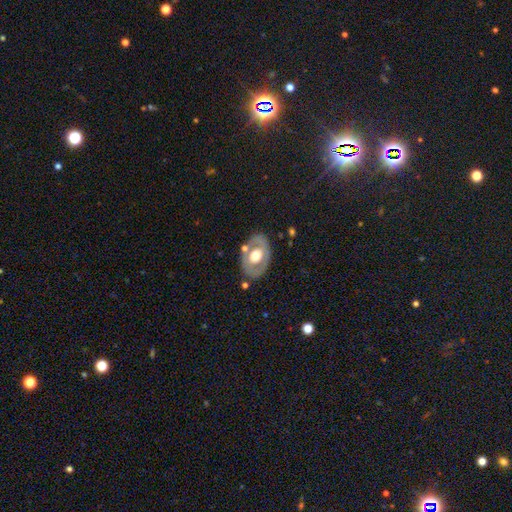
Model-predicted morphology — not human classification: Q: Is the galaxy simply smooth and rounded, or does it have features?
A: featured or disk — 56%.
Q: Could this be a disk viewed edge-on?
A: no — 90%.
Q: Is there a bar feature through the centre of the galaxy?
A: no — 84%.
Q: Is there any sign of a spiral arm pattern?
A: no — 85%.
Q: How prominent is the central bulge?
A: moderate — 57%.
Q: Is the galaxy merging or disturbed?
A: none — 74%.